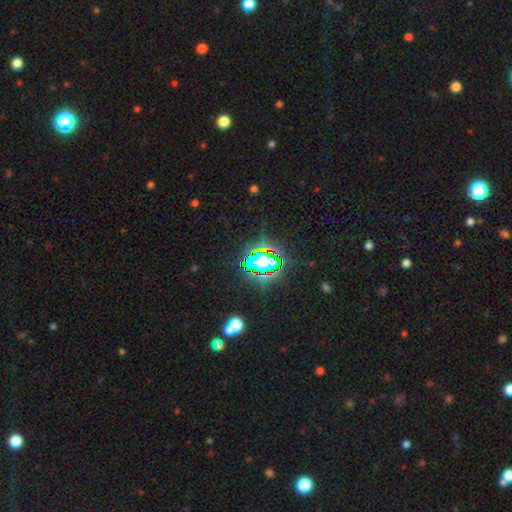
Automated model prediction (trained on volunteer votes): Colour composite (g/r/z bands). It shows a star or artifact, not a galaxy (71%).